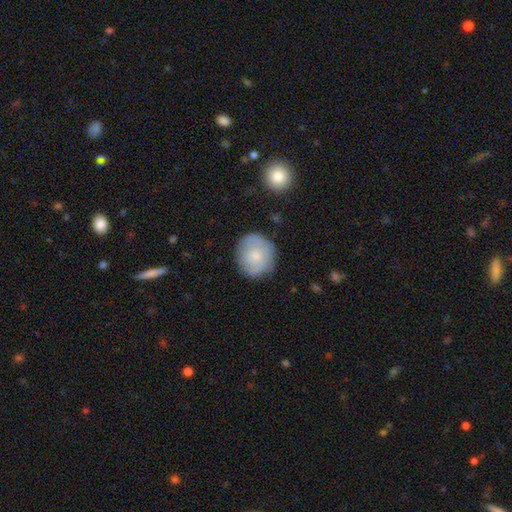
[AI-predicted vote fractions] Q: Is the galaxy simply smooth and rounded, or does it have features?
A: smooth — 69%.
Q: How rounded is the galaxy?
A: round — 83%.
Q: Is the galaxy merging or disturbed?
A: none — 76%.